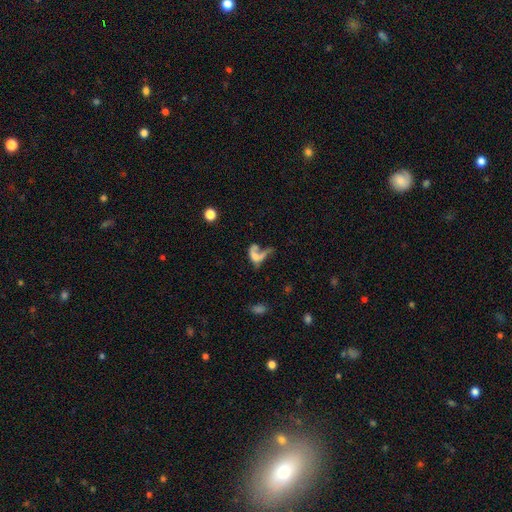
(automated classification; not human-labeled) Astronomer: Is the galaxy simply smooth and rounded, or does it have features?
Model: smooth — 45% (runner-up: featured or disk, 40%).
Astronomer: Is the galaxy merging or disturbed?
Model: merger — 41% (runner-up: major disturbance, 30%).